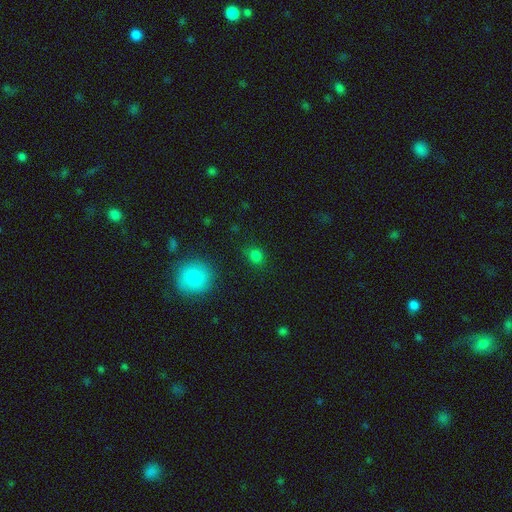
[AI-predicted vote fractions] smooth-or-featured: smooth: 78% | star or artifact: 17% | featured or disk: 4%
  how-rounded: round: 70% | in between: 28% | cigar-shaped: 1%
  merging: none: 80% | minor disturbance: 12% | major disturbance: 4% | merger: 3%